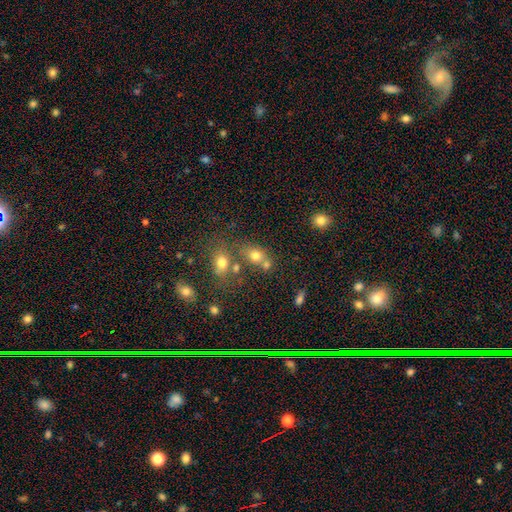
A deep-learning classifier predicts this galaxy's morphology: smooth 70%, star or artifact 16%, featured or disk 14%. Down the decision tree: how rounded — round (49%, tied with in between); merging — none (46%).